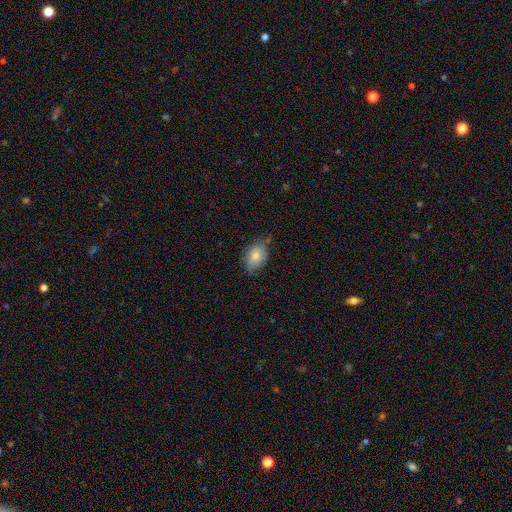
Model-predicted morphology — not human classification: Smooth or featured? Predicted: smooth (p=0.78). How rounded? Predicted: in between (p=0.83). Merging? Predicted: none (p=0.62).